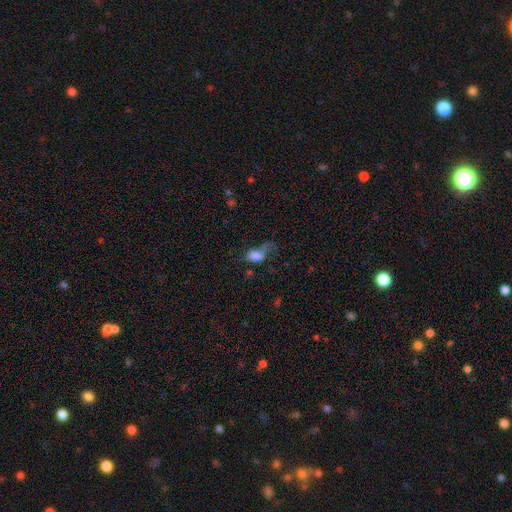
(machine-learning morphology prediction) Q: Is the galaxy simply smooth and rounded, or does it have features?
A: smooth — 65%.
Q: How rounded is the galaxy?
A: in between — 73%.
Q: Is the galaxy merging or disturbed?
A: major disturbance — 53%.